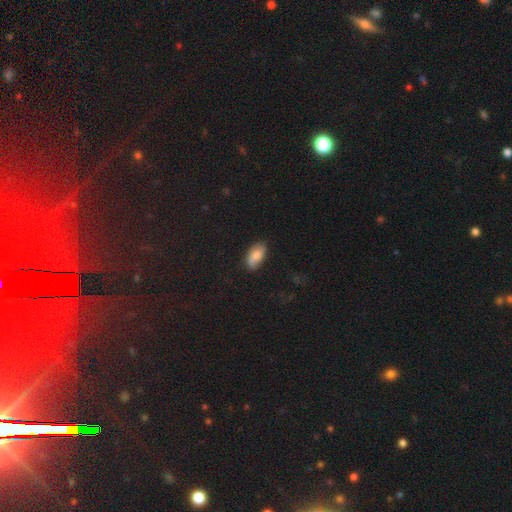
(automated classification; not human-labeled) Smooth or featured? smooth (77%)
How rounded? in between (93%)
Merging? none (74%)